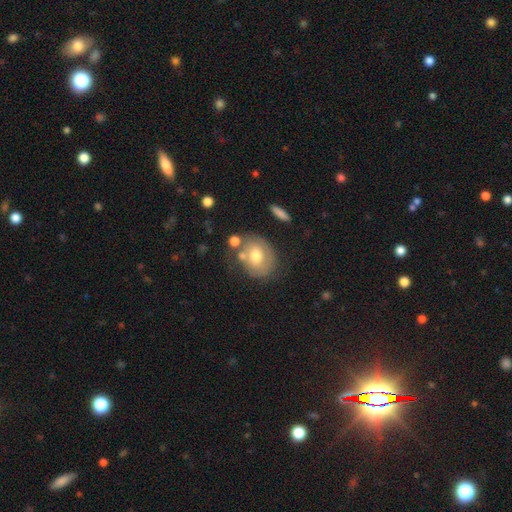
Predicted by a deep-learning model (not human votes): smooth 57%, featured or disk 35%, star or artifact 8%. Down the decision tree: how rounded — round (54%); merging — none (56%).